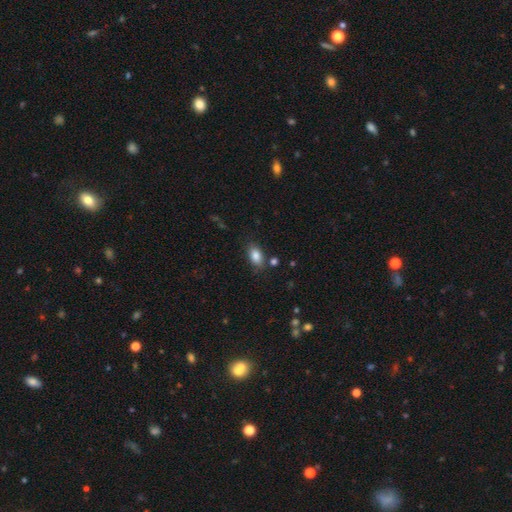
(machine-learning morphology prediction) Smooth or featured? smooth (85%)
How rounded? in between (88%)
Merging? none (79%)